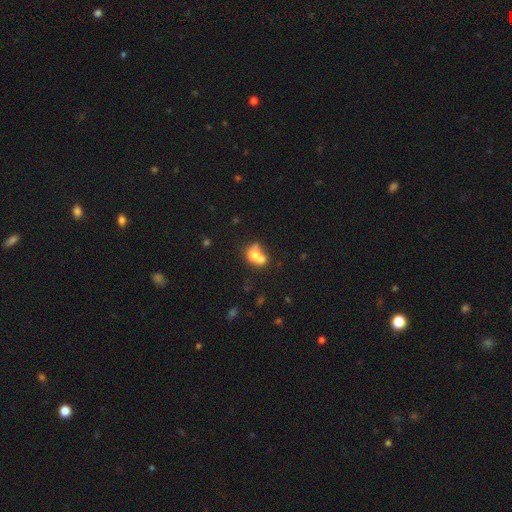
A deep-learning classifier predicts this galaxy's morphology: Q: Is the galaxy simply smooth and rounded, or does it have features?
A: smooth — 66%.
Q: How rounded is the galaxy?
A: round — 53%.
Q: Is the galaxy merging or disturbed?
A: merger — 64%.